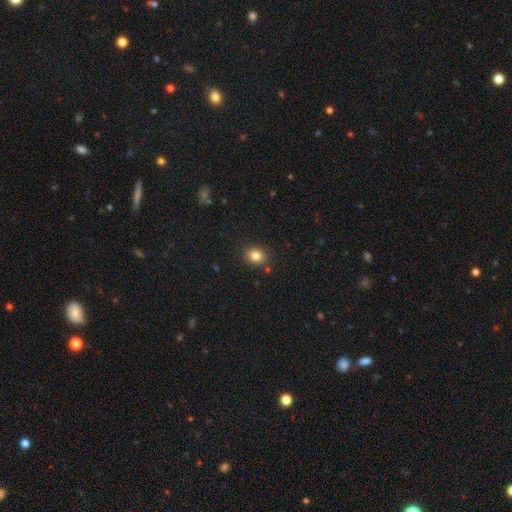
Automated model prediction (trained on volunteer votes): Smooth or featured?
  - smooth: 83% *
  - star or artifact: 11%
  - featured or disk: 6%
How rounded?
  - round: 55% *
  - in between: 44%
  - cigar-shaped: 1%
Merging?
  - none: 86% *
  - minor disturbance: 9%
  - merger: 3%
  - major disturbance: 2%